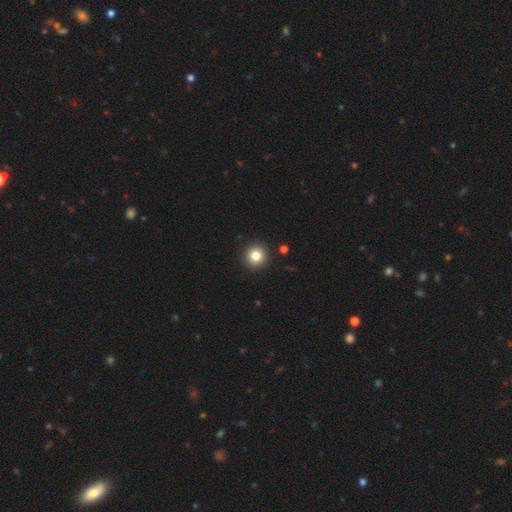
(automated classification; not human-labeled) The model was most divided on "smooth or featured": smooth: 82%, star or artifact: 11%, featured or disk: 7%. More confident: how rounded — round (94%); merging — none (92%).